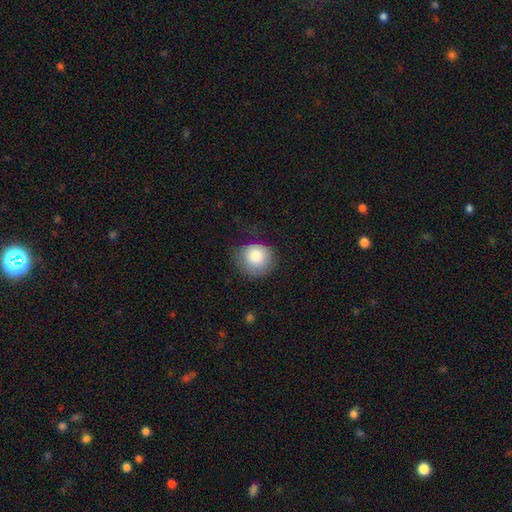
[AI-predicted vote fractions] This is clearly a smooth galaxy (81%). How rounded: clearly round (86%). Merging: likely none (65%).